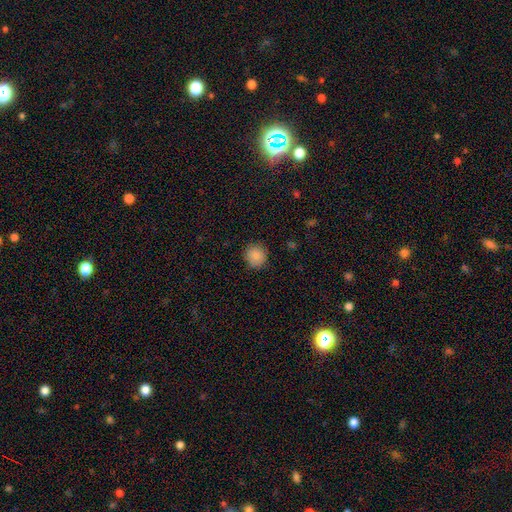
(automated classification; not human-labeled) A smooth galaxy with no disk features (87%) that is round (92%). Merging: none (89%).